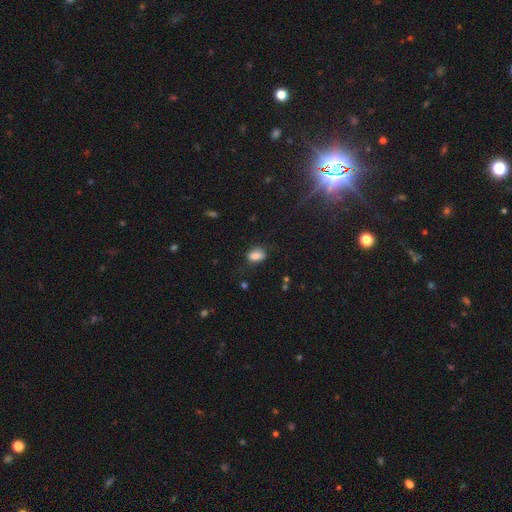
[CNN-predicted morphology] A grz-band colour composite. It shows a smooth galaxy with no disk features (81%) that is in between round and cigar-shaped (81%). Merging: none (63%).